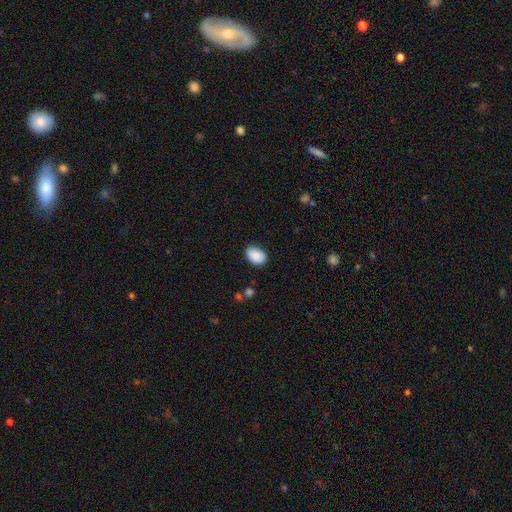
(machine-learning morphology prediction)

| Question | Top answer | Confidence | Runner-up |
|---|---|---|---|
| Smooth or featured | smooth | 89% | star or artifact (7%) |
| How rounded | in between | 83% | round (16%) |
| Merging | none | 82% | minor disturbance (14%) |